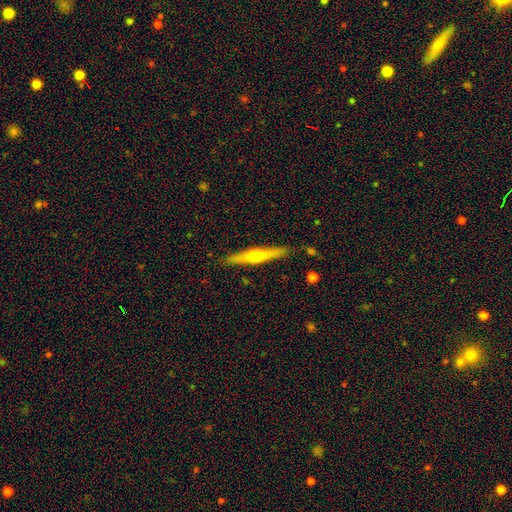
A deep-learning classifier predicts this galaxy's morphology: Smooth or featured? Predicted: featured or disk (p=0.62). Edge-on disk? Predicted: yes (p=0.97). Edge-on bulge? Predicted: rounded (p=0.86). Merging? Predicted: none (p=0.89).